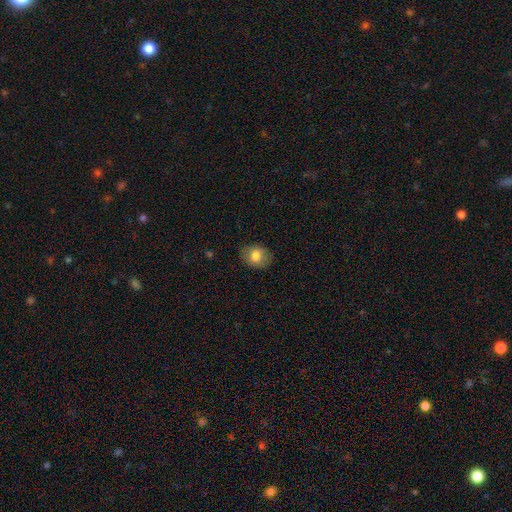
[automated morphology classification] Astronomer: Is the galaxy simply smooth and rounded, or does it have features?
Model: smooth — 78%.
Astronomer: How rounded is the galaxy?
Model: in between — 51% (runner-up: round, 48%).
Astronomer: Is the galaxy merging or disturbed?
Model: none — 85%.